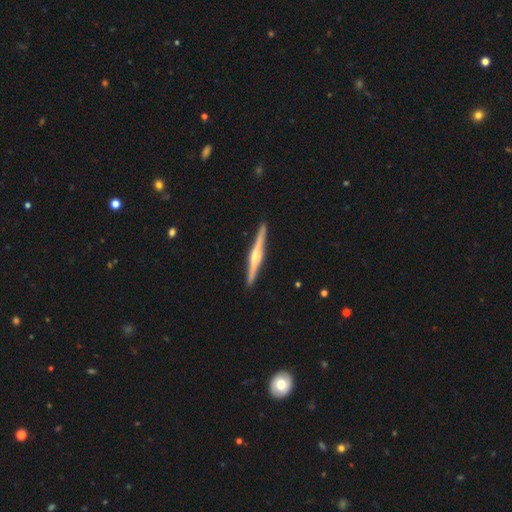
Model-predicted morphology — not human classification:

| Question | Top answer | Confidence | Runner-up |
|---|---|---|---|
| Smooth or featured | featured or disk | 79% | smooth (16%) |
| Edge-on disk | yes | 98% | no (2%) |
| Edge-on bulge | rounded | 77% | boxy (15%) |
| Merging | none | 92% | minor disturbance (6%) |